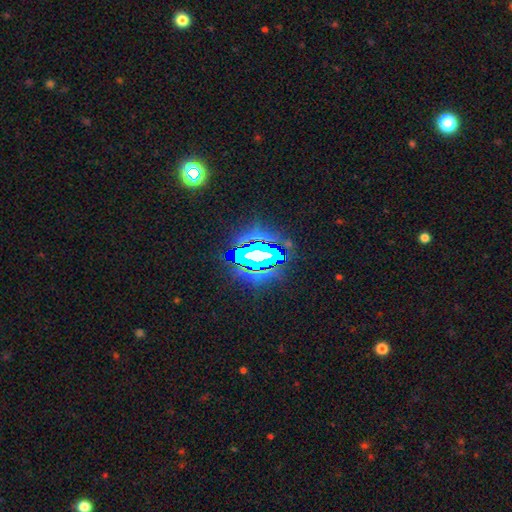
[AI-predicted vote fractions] Smooth or featured? star or artifact (68%)